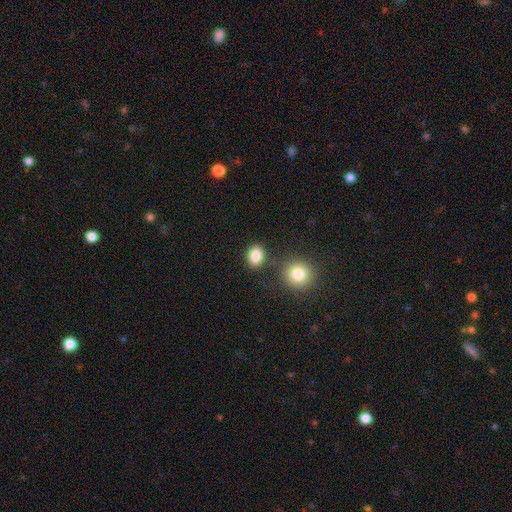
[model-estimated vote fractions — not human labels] This is clearly a smooth galaxy (85%). How rounded: possibly round (53%). Merging: likely none (78%).